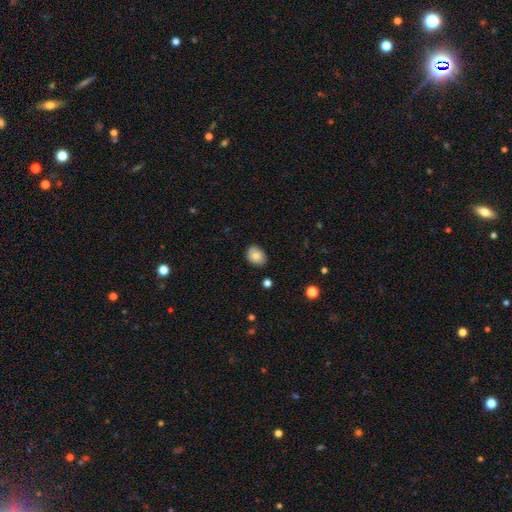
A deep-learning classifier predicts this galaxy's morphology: type=smooth (79%); roundness=in between (67%); merging=none (81%).